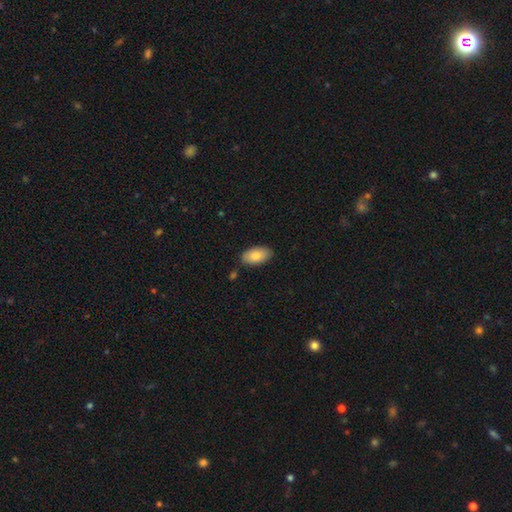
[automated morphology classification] A smooth galaxy with no disk features (84%) that is in between round and cigar-shaped (95%). Merging: none (84%).